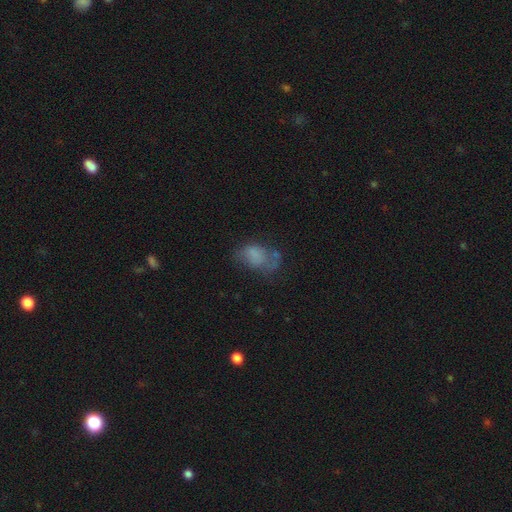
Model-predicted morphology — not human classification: Smooth or featured?
  - smooth: 59% *
  - featured or disk: 29%
  - star or artifact: 12%
How rounded?
  - in between: 82% *
  - round: 17%
  - cigar-shaped: 2%
Merging?
  - none: 37% *
  - major disturbance: 28%
  - minor disturbance: 27%
  - merger: 8%